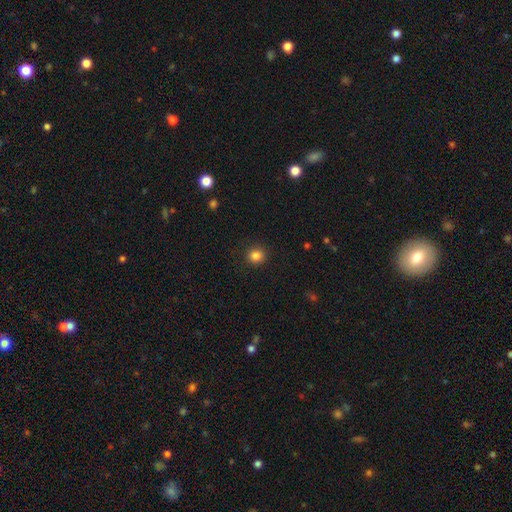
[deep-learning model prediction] Smooth or featured? Predicted: smooth (p=0.84). How rounded? Predicted: round (p=0.88). Merging? Predicted: none (p=0.91).